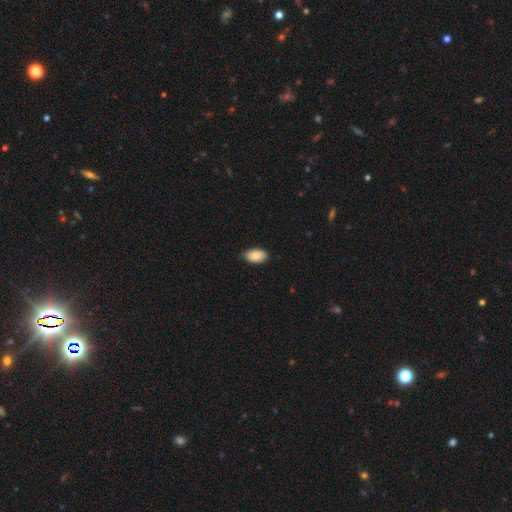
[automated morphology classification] The model was most divided on "merging": none: 84%, minor disturbance: 13%, major disturbance: 2%, merger: 1%. More confident: how rounded — in between (95%); smooth or featured — smooth (87%).